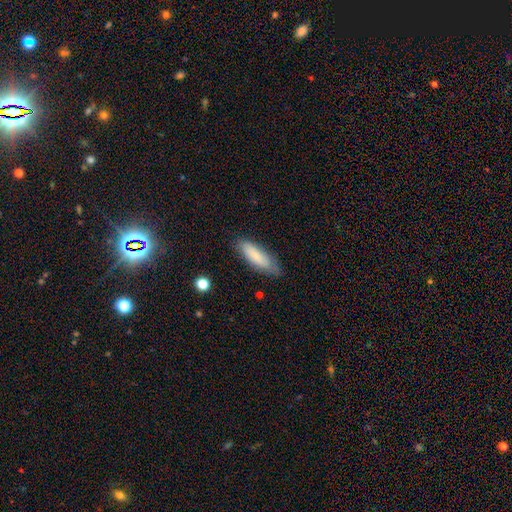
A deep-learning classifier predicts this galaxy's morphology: This is likely a smooth galaxy (77%). How rounded: possibly in between (52%). Merging: likely none (75%).